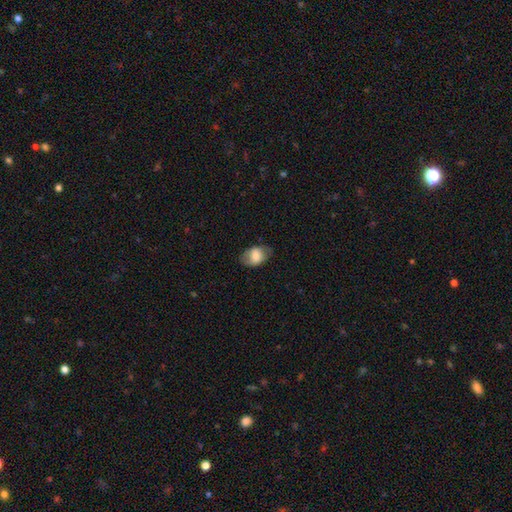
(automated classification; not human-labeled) smooth 72%, featured or disk 21%, star or artifact 7%. Down the decision tree: how rounded — in between (85%); merging — none (73%).